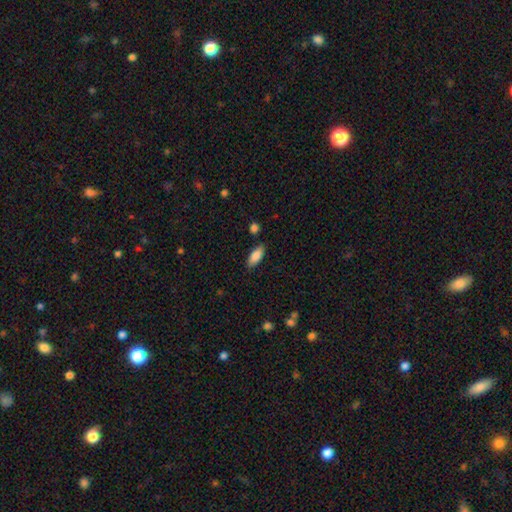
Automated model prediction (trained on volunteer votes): smooth_or_featured: smooth (p=0.85) [alt: featured or disk p=0.08]
how_rounded: in between (p=0.82) [alt: cigar-shaped p=0.16]
merging: none (p=0.84) [alt: minor disturbance p=0.12]